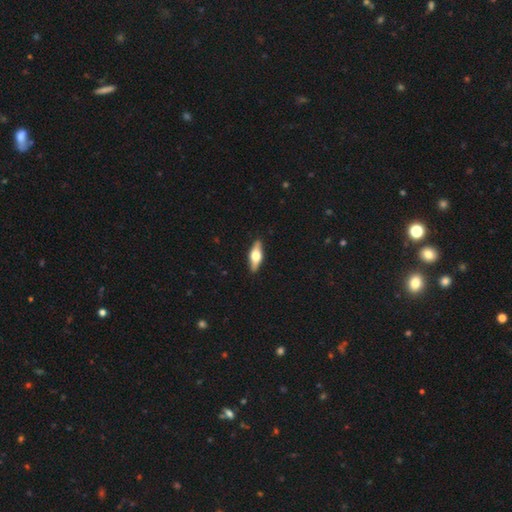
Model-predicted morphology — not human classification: type=featured or disk (56%); edge-on=yes (91%); edge-on bulge=rounded (94%); merging=none (89%).